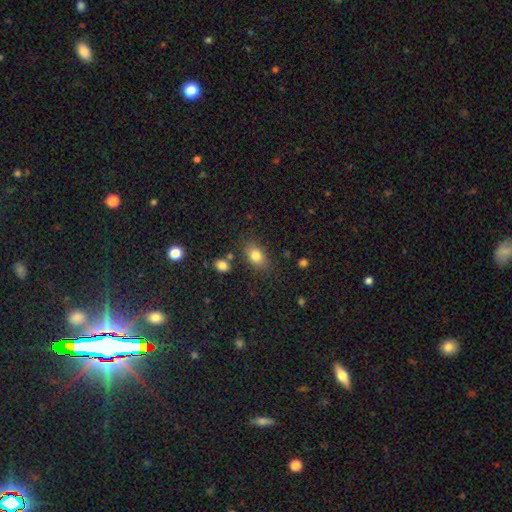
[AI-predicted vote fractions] smooth 81%, star or artifact 10%, featured or disk 9%. Down the decision tree: how rounded — in between (79%); merging — none (78%).